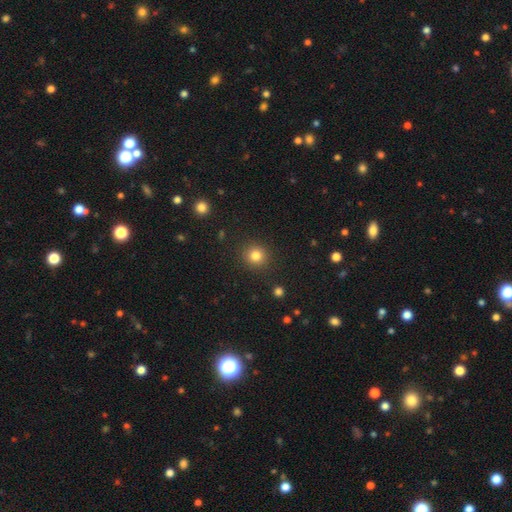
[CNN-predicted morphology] smooth_or_featured: smooth (p=0.82) [alt: star or artifact p=0.12]
how_rounded: round (p=0.92) [alt: in between p=0.07]
merging: none (p=0.90) [alt: minor disturbance p=0.06]